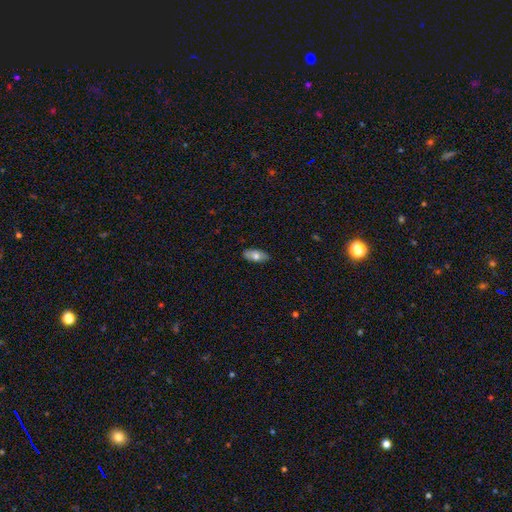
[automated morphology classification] A smooth galaxy with no disk features (72%) that is in between round and cigar-shaped (87%). Merging: none (86%).